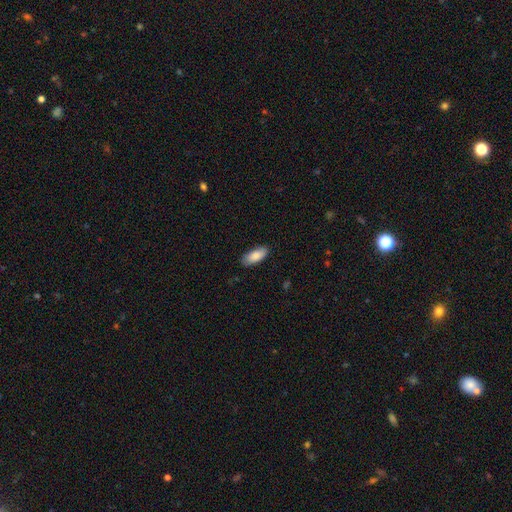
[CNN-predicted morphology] A smooth galaxy with no disk features (86%) that is in between round and cigar-shaped (87%). Merging: none (86%).